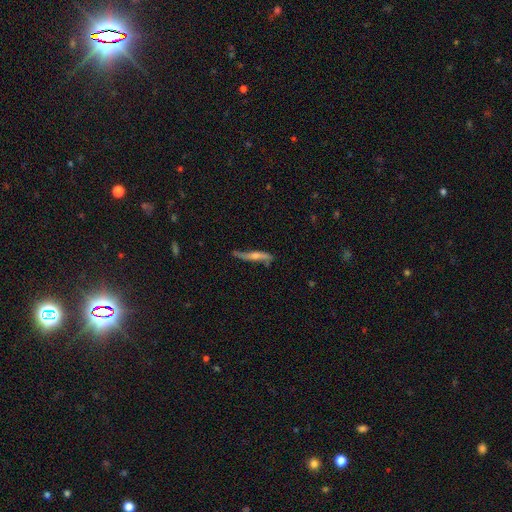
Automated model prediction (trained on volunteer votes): This is likely a featured or disk galaxy (70%). It is likely viewed edge-on (76%). Edge-on bulge: likely rounded (77%). Merging: likely none (70%).